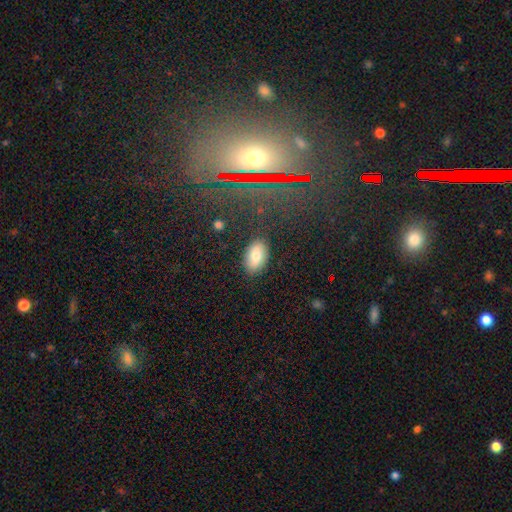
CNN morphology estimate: This appears to be a smooth galaxy with no disk features (78%) that is in between round and cigar-shaped (92%). Merging: none (85%).